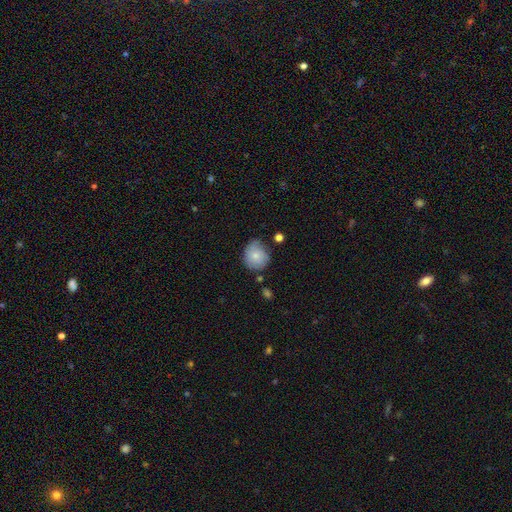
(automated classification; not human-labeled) Smooth or featured: smooth — 76% (featured or disk — 17%)
How rounded: round — 79% (in between — 20%)
Merging: none — 57% (minor disturbance — 32%)